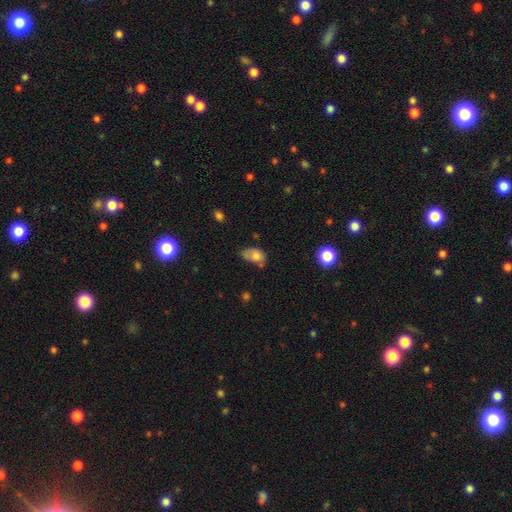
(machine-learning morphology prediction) smooth 75%, featured or disk 15%, star or artifact 10%. Down the decision tree: how rounded — in between (86%); merging — minor disturbance (38%).